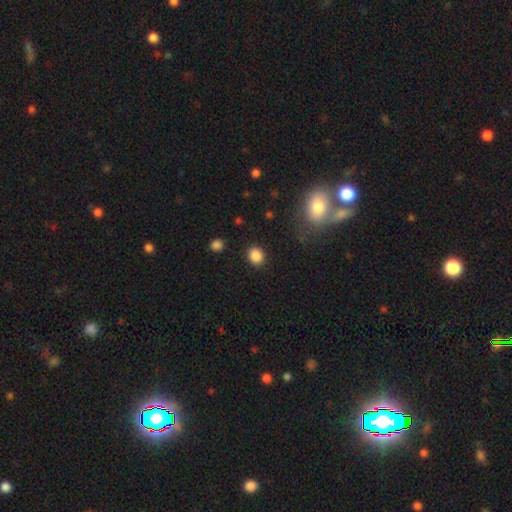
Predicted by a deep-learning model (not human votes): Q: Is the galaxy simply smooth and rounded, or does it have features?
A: smooth — 87%.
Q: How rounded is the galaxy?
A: round — 74%.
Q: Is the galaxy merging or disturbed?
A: none — 88%.